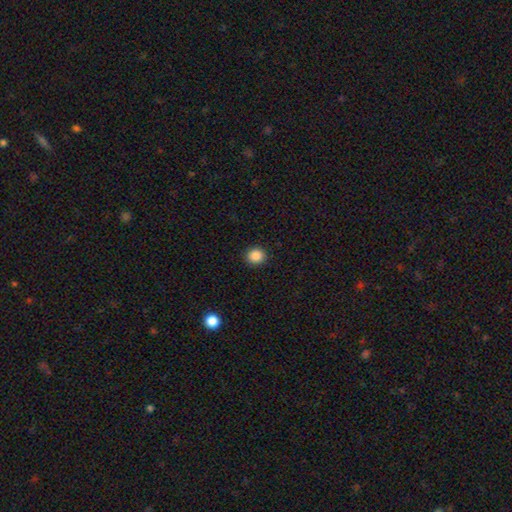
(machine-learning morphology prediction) type=smooth (88%); roundness=round (86%); merging=none (92%).